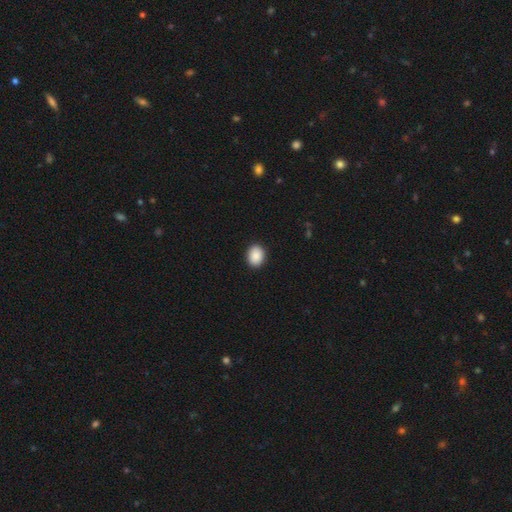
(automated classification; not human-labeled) Smooth or featured: smooth — 90% (star or artifact — 7%)
How rounded: in between — 58% (round — 42%)
Merging: none — 91% (minor disturbance — 6%)